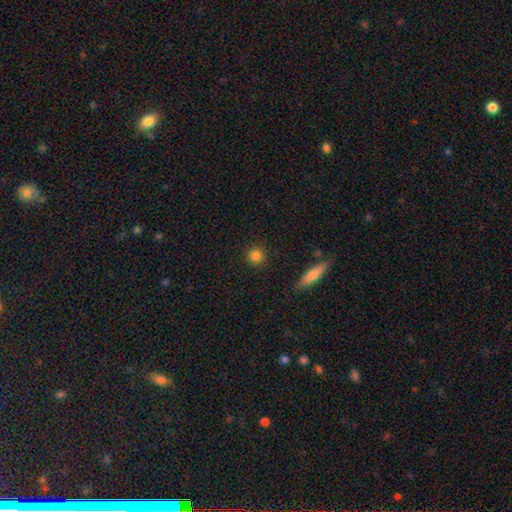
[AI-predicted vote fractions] Smooth or featured: smooth — 84% (star or artifact — 11%)
How rounded: round — 91% (in between — 7%)
Merging: none — 90% (minor disturbance — 6%)